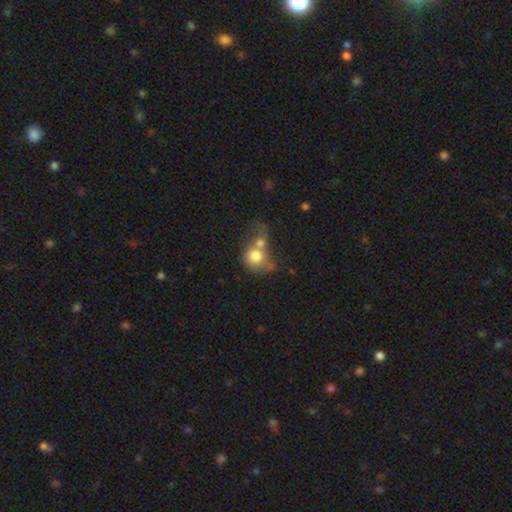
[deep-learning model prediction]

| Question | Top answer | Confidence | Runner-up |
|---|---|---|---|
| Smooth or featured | smooth | 73% | featured or disk (18%) |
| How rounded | round | 72% | in between (27%) |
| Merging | merger | 67% | none (16%) |